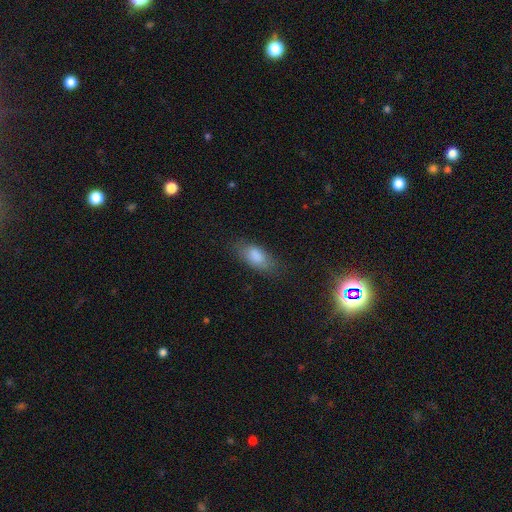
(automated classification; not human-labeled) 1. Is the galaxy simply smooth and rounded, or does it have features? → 79% smooth, 11% star or artifact, 11% featured or disk.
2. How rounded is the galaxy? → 83% in between, 13% cigar-shaped, 4% round.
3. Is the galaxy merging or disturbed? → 77% none, 17% minor disturbance, 5% major disturbance, 1% merger.